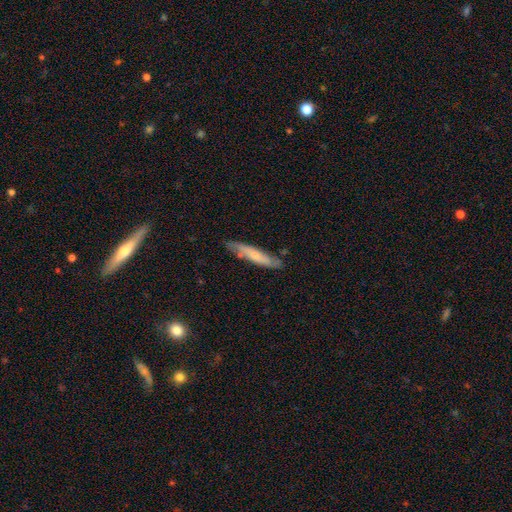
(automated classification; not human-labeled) This is possibly a smooth galaxy (57%). How rounded: clearly cigar-shaped (86%). Merging: likely none (74%).